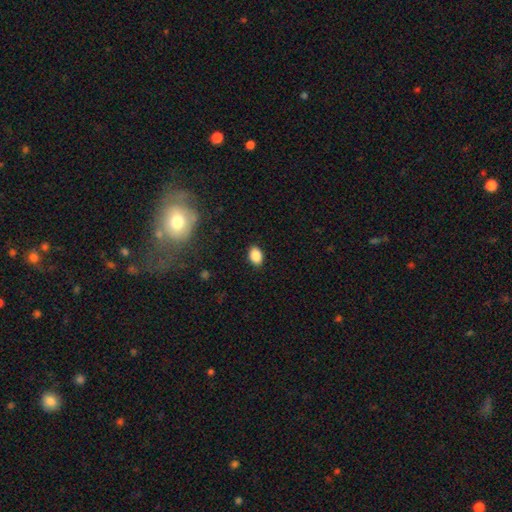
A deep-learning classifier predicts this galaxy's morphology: A smooth galaxy with no disk features (88%) that is in between round and cigar-shaped (82%). Merging: none (88%).